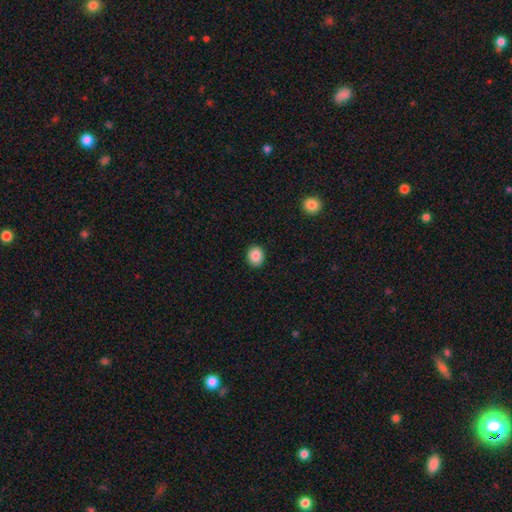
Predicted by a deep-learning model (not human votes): Smooth or featured? Predicted: smooth (p=0.87). How rounded? Predicted: round (p=0.69). Merging? Predicted: none (p=0.91).